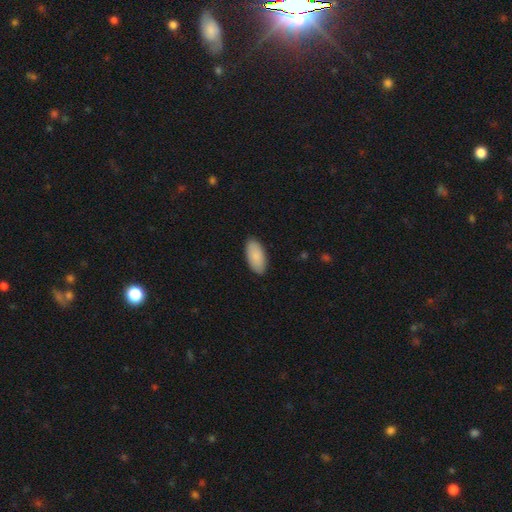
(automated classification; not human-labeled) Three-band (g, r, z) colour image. It shows a smooth galaxy with no disk features (88%) that is in between round and cigar-shaped (94%). Merging: none (88%).